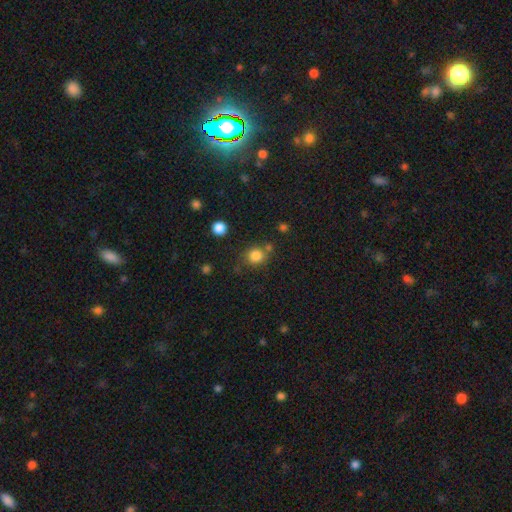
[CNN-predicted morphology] Smooth or featured? smooth (82%)
How rounded? round (84%)
Merging? none (69%)